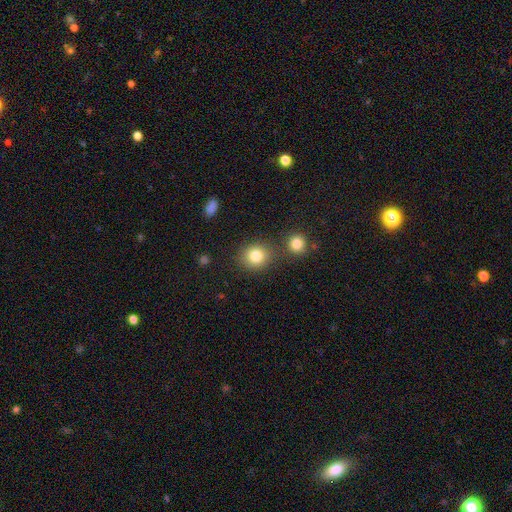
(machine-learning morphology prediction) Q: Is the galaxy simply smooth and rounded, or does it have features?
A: smooth — 82%.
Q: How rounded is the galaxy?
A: round — 77%.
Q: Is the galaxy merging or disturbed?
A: none — 75%.